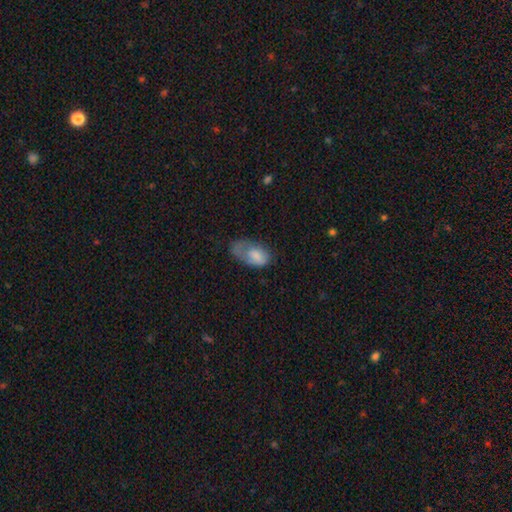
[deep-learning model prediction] Smooth or featured? Predicted: smooth (p=0.68). How rounded? Predicted: in between (p=0.92). Merging? Predicted: major disturbance (p=0.37).